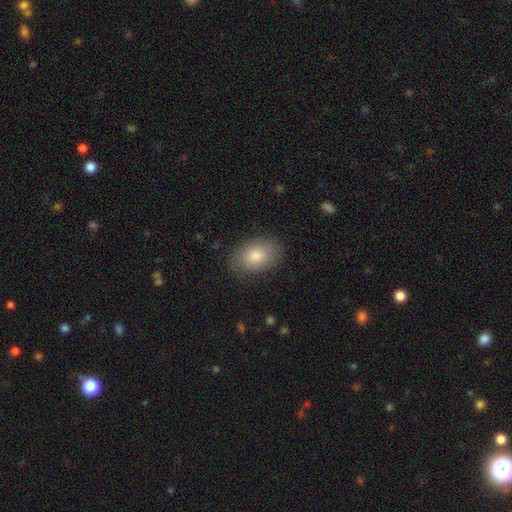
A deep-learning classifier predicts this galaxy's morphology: Q: Smooth or featured?
A: smooth (81%); runner-up: featured or disk (11%)
Q: How rounded?
A: in between (84%); runner-up: round (15%)
Q: Merging?
A: none (83%); runner-up: minor disturbance (12%)